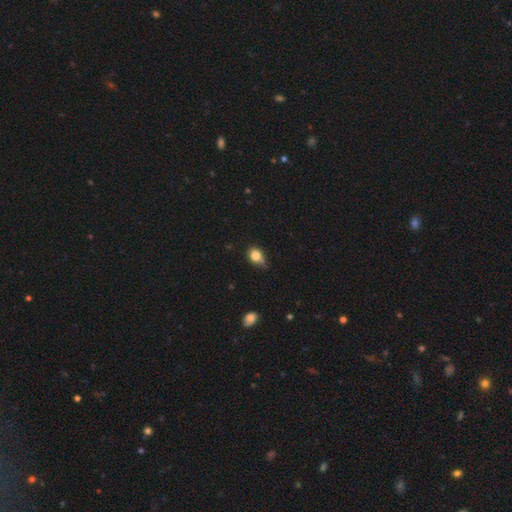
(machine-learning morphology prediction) Smooth or featured? smooth (81%)
How rounded? round (54%)
Merging? none (54%)